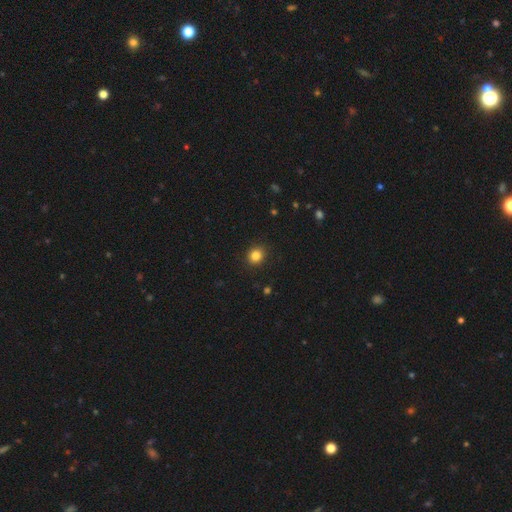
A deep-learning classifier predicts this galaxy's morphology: A smooth galaxy with no disk features (84%) that is round (82%). Merging: none (91%).